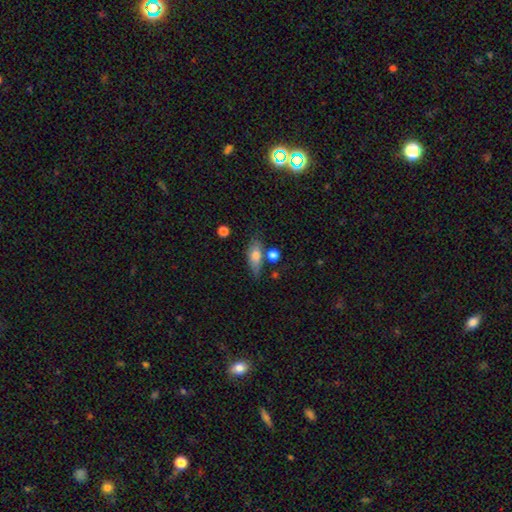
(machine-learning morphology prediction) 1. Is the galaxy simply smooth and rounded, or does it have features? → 69% smooth, 24% featured or disk, 8% star or artifact.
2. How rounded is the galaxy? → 72% in between, 22% cigar-shaped, 7% round.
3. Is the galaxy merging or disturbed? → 59% none, 20% minor disturbance, 14% merger, 7% major disturbance.